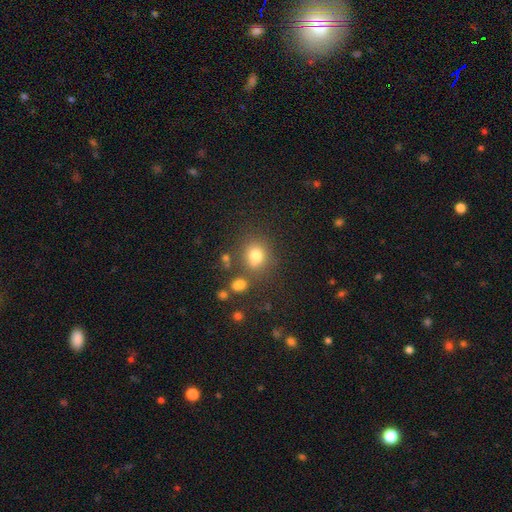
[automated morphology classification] Smooth or featured: smooth — 76% (star or artifact — 15%)
How rounded: round — 75% (in between — 23%)
Merging: none — 70% (minor disturbance — 13%)